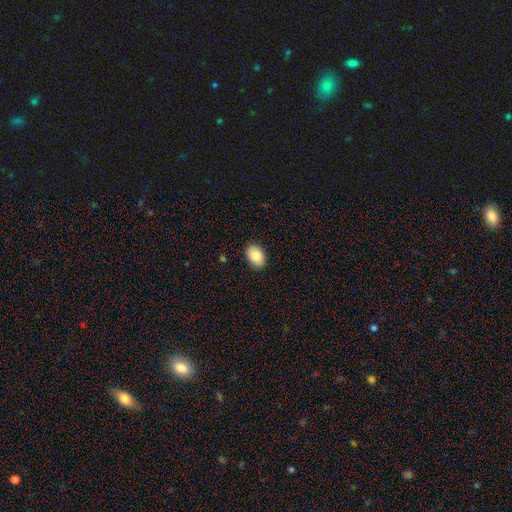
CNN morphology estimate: A smooth galaxy with no disk features (85%) that is in between round and cigar-shaped (87%).

Vote fractions:
- Smooth or featured? smooth: 85% / featured or disk: 8% / star or artifact: 7%
- How rounded? in between: 87% / round: 12% / cigar-shaped: 1%
- Merging? none: 88% / minor disturbance: 9% / major disturbance: 2% / merger: 1%